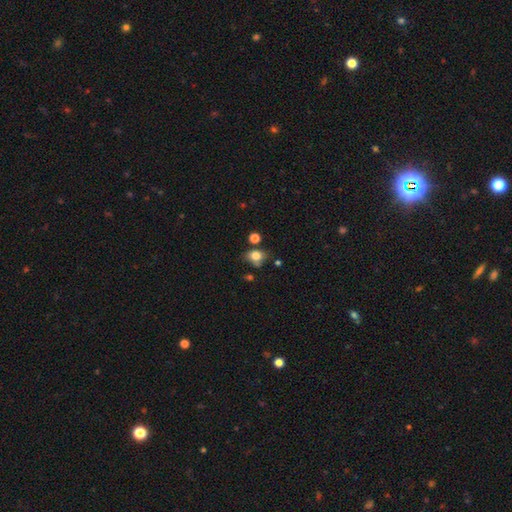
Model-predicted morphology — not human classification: This appears to be a smooth galaxy with no disk features (76%) that is in between round and cigar-shaped (56%). Merging: none (54%).